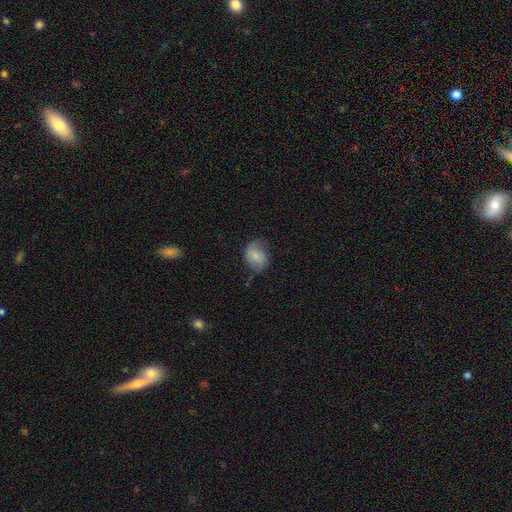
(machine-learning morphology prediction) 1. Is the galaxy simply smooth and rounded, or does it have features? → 68% smooth, 24% featured or disk, 8% star or artifact.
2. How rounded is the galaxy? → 59% in between, 40% round, 1% cigar-shaped.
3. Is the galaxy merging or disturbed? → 61% none, 28% minor disturbance, 9% major disturbance, 2% merger.